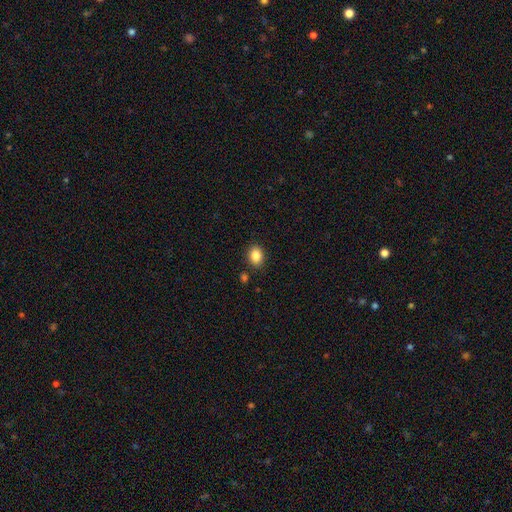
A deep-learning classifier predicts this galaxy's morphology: A smooth galaxy with no disk features (86%) that is in between round and cigar-shaped (60%). Merging: none (86%).